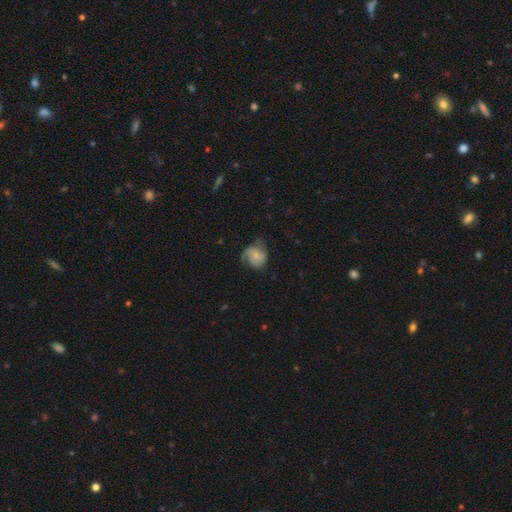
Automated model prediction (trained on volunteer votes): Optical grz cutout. It shows a smooth galaxy with no disk features (51%) that is round (64%). Merging: none (48%).